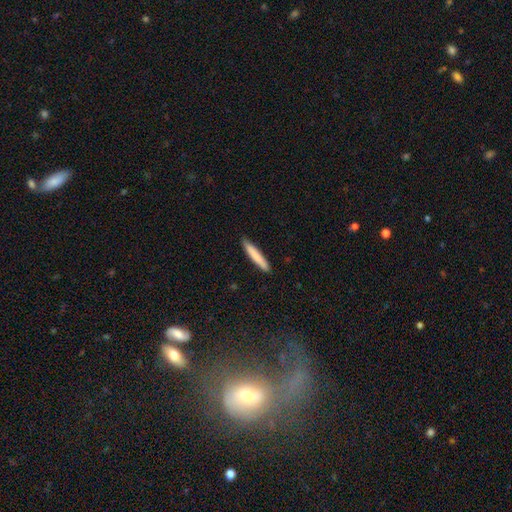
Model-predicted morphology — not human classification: A smooth galaxy with no disk features (81%) that is cigar-shaped (93%).

Vote fractions:
- Smooth or featured? smooth: 81% / featured or disk: 13% / star or artifact: 5%
- How rounded? cigar-shaped: 93% / in between: 6% / round: 1%
- Merging? none: 89% / minor disturbance: 8% / major disturbance: 1% / merger: 1%